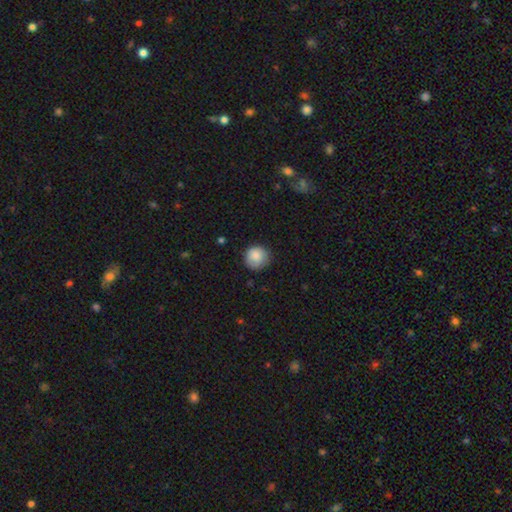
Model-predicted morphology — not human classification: Smooth or featured: smooth — 83% (featured or disk — 9%)
How rounded: round — 92% (in between — 7%)
Merging: none — 78% (minor disturbance — 17%)